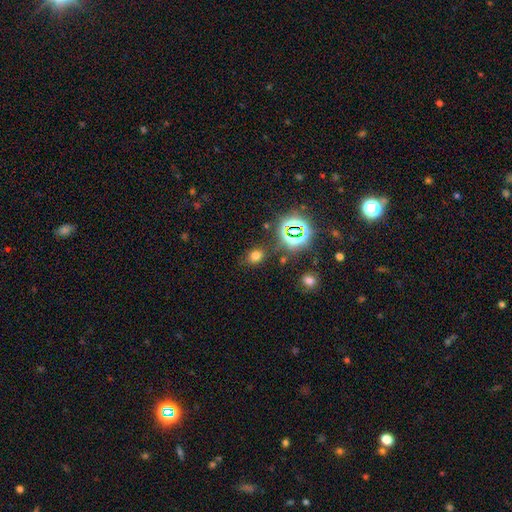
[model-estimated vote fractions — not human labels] Smooth or featured? Predicted: smooth (p=0.66). How rounded? Predicted: round (p=0.53). Merging? Predicted: none (p=0.81).